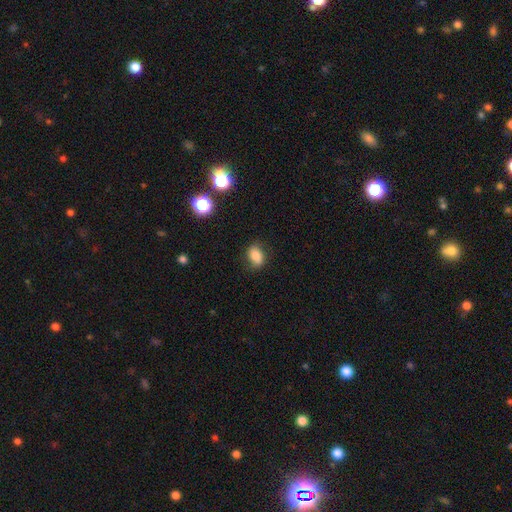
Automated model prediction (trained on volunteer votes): Smooth or featured: smooth — 78% (star or artifact — 11%)
How rounded: in between — 77% (round — 21%)
Merging: none — 76% (minor disturbance — 18%)